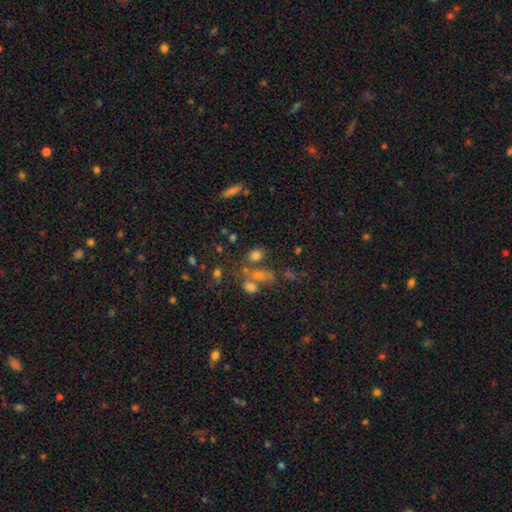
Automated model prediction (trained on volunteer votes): Smooth or featured?
  - smooth: 71% *
  - star or artifact: 18%
  - featured or disk: 10%
How rounded?
  - in between: 56% *
  - round: 42%
  - cigar-shaped: 2%
Merging?
  - none: 57% *
  - merger: 22%
  - minor disturbance: 13%
  - major disturbance: 8%